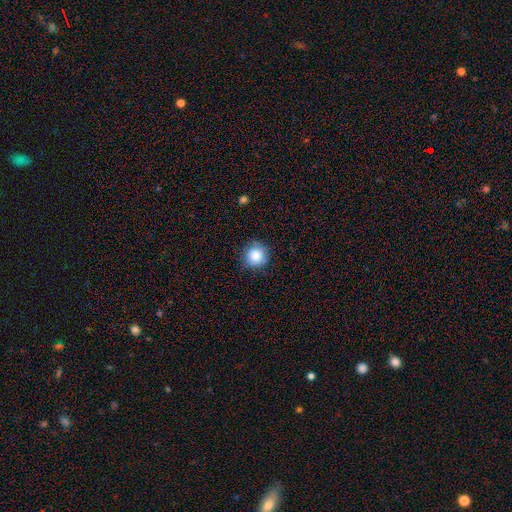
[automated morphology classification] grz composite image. It shows a smooth galaxy with no disk features (86%) that is round (94%). Merging: none (84%).